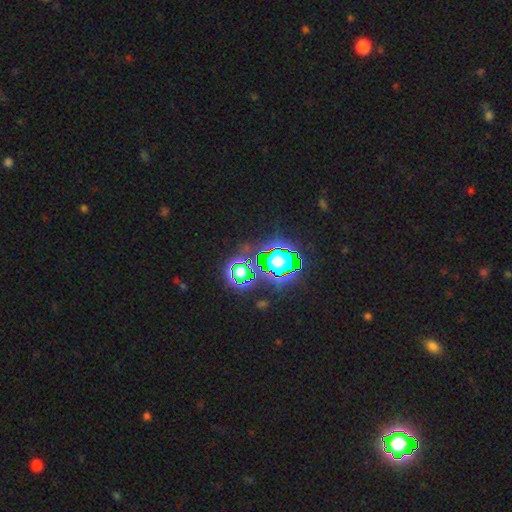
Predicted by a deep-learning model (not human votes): smooth-or-featured: star or artifact: 81% | smooth: 12% | featured or disk: 7%